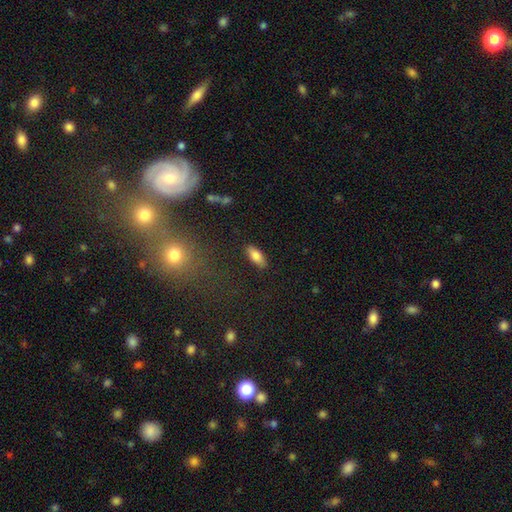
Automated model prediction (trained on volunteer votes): Q: Smooth or featured?
A: smooth (83%); runner-up: featured or disk (10%)
Q: How rounded?
A: in between (84%); runner-up: cigar-shaped (13%)
Q: Merging?
A: none (87%); runner-up: minor disturbance (10%)